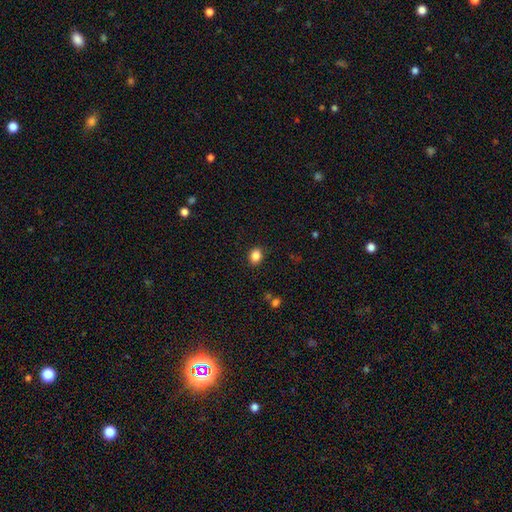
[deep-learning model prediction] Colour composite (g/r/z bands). It shows a smooth galaxy with no disk features (86%) that is round (50%). Merging: none (88%).